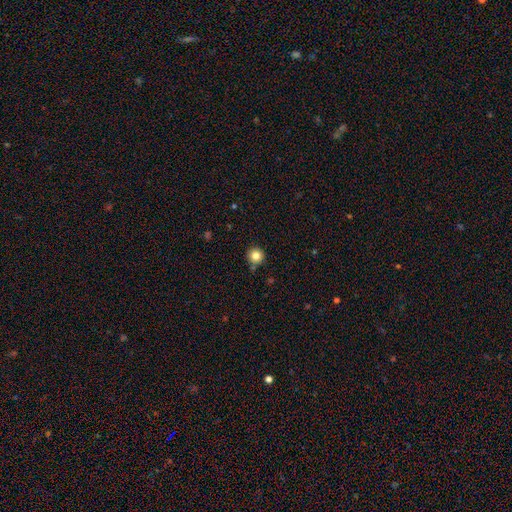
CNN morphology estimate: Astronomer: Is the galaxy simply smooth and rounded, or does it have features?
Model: smooth — 82%.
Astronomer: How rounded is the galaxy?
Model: round — 95%.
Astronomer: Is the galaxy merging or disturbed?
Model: none — 86%.